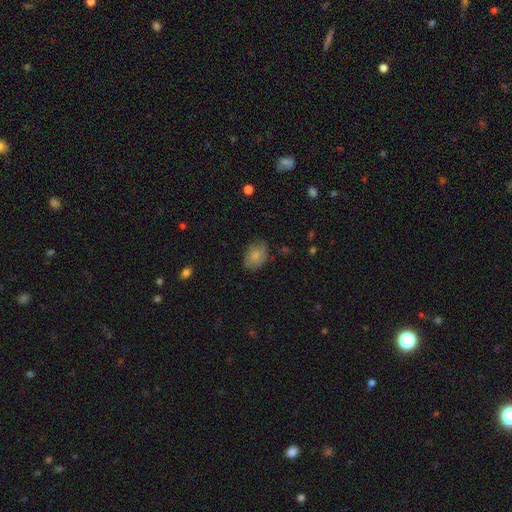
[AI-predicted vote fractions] Q: Smooth or featured?
A: smooth (76%); runner-up: featured or disk (16%)
Q: How rounded?
A: in between (67%); runner-up: round (32%)
Q: Merging?
A: none (70%); runner-up: minor disturbance (23%)